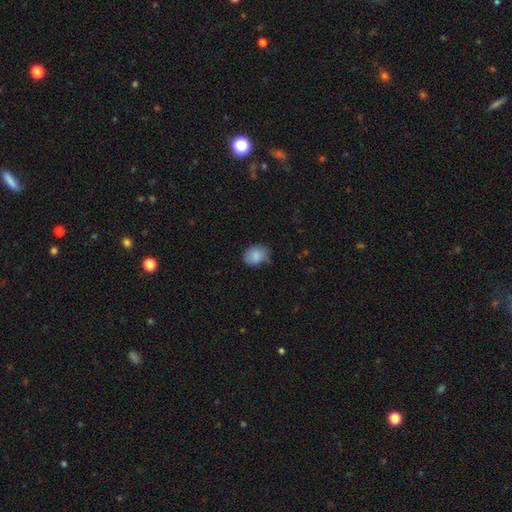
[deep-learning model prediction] smooth 86%, star or artifact 7%, featured or disk 6%. Down the decision tree: how rounded — in between (66%); merging — none (66%).